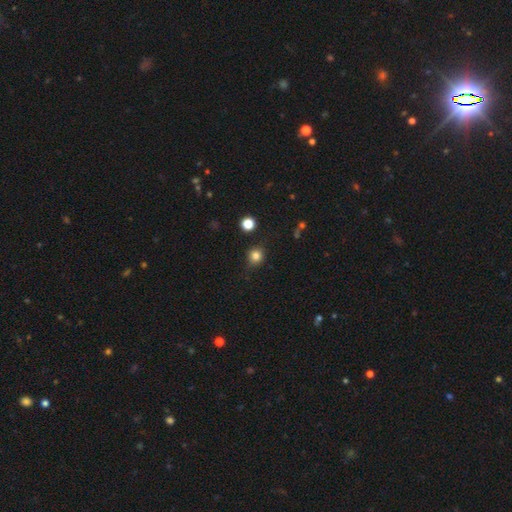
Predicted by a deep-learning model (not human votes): Smooth or featured? Predicted: smooth (p=0.82). How rounded? Predicted: round (p=0.86). Merging? Predicted: none (p=0.82).